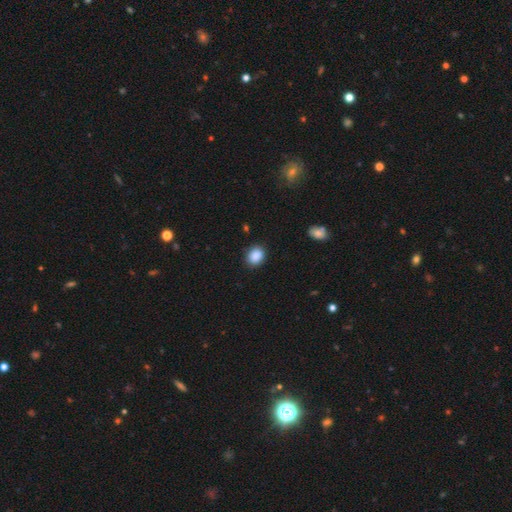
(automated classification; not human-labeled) The model was most divided on "how rounded": round: 61%, in between: 38%, cigar-shaped: 1%. More confident: smooth or featured — smooth (88%); merging — none (86%).